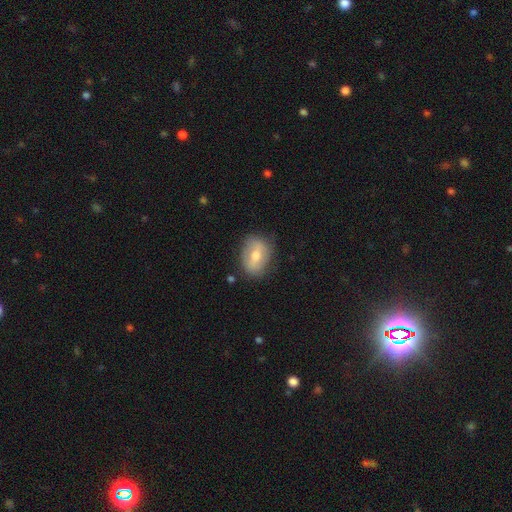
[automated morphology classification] smooth-or-featured: smooth: 59% | featured or disk: 34% | star or artifact: 7%
  how-rounded: in between: 73% | round: 25% | cigar-shaped: 2%
  merging: none: 73% | minor disturbance: 20% | major disturbance: 6% | merger: 2%